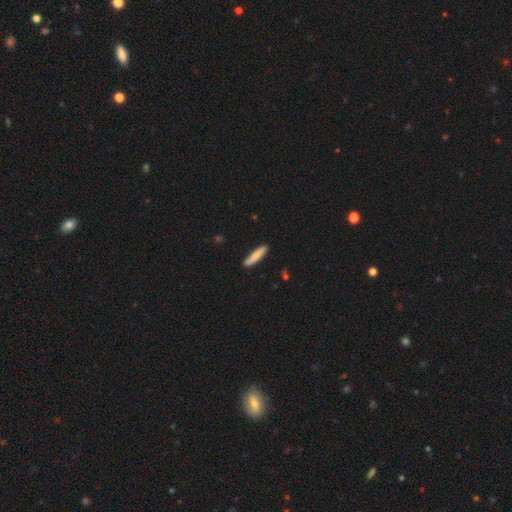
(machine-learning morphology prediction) The model was most divided on "smooth or featured": smooth: 80%, featured or disk: 14%, star or artifact: 5%. More confident: merging — none (89%); how rounded — cigar-shaped (85%).